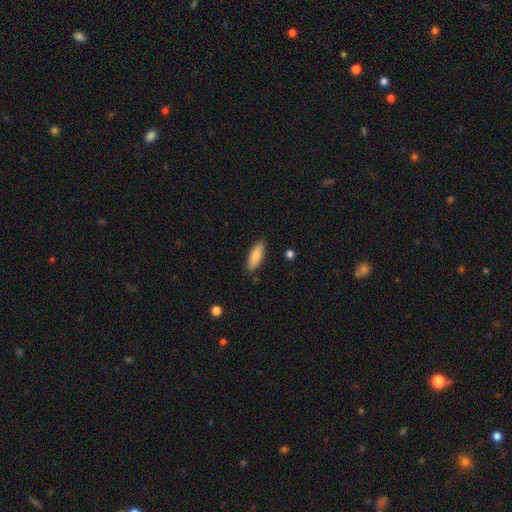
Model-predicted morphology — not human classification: smooth_or_featured: smooth (p=0.87) [alt: featured or disk p=0.07]
how_rounded: in between (p=0.65) [alt: cigar-shaped p=0.33]
merging: none (p=0.86) [alt: minor disturbance p=0.10]